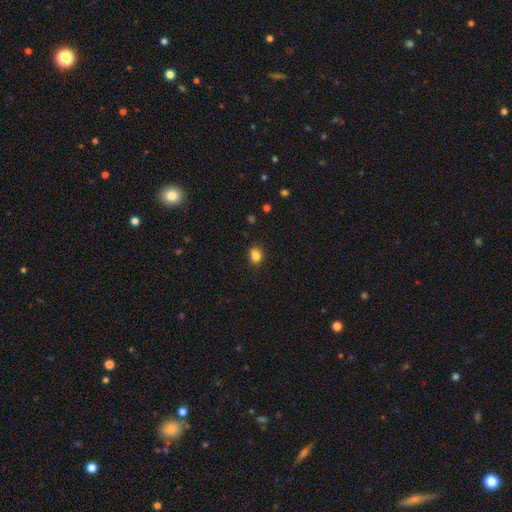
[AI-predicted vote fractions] A smooth galaxy with no disk features (83%) that is in between round and cigar-shaped (50%). Merging: none (79%).